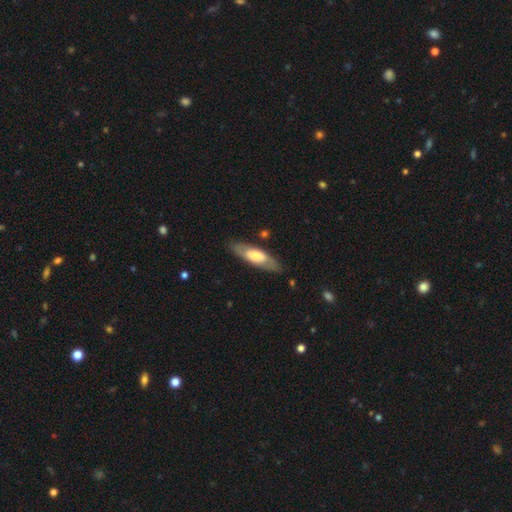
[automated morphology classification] This appears to be a smooth galaxy with no disk features (57%) that is in between round and cigar-shaped (50%). Merging: none (81%).